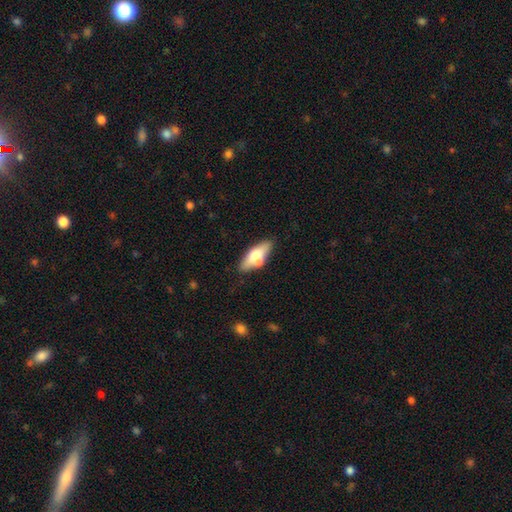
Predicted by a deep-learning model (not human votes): This is possibly a smooth galaxy (58%). How rounded: likely in between (67%). Merging: likely none (60%).